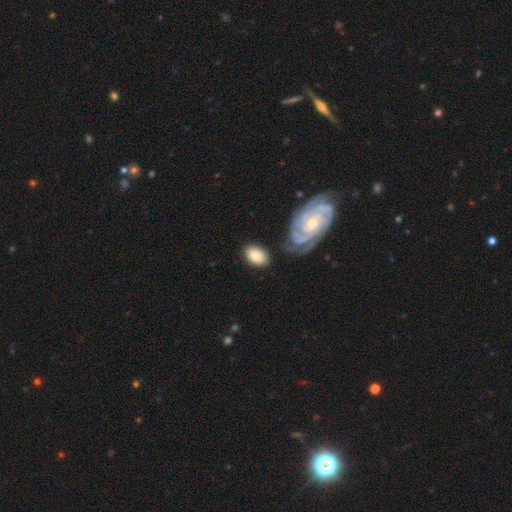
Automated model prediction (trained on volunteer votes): smooth_or_featured: smooth (p=0.75) [alt: featured or disk p=0.18]
how_rounded: in between (p=0.86) [alt: round p=0.13]
merging: none (p=0.72) [alt: minor disturbance p=0.15]